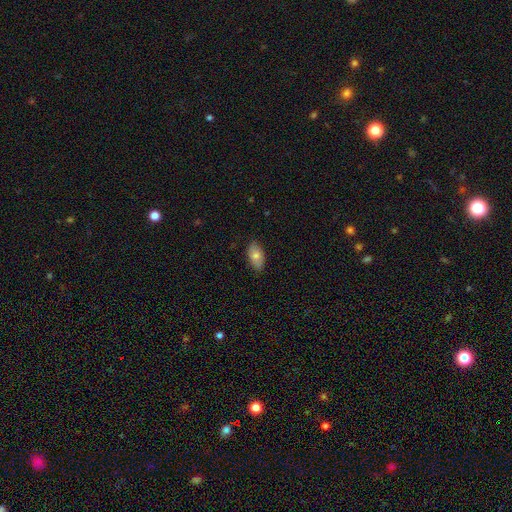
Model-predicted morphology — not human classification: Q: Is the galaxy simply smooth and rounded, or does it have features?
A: smooth — 73%.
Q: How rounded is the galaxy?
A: in between — 93%.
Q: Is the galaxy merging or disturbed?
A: none — 84%.